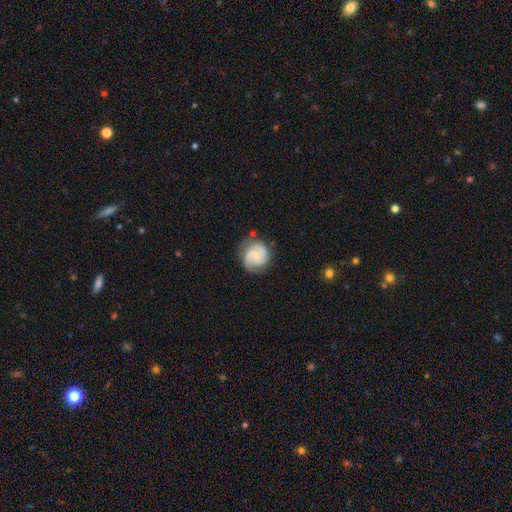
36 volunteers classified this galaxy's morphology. Smooth or featured?
  - featured or disk: 50% *
  - smooth: 42%
  - star or artifact: 8%
Edge-on disk?
  - no: 100% *
  - yes: 0%
Bar?
  - no: 67% *
  - weak: 28%
  - strong: 6%
Spiral arms?
  - yes: 78% *
  - no: 22%
Spiral winding?
  - medium: 50% *
  - loose: 29%
  - tight: 21%
Spiral arm count?
  - 2: 43% *
  - can't tell: 36%
  - 3: 21%
  - 1: 0%
  - 4: 0%
  - more than 4: 0%
Bulge size?
  - small: 56% *
  - moderate: 28%
  - none: 11%
  - large: 6%
  - dominant: 0%
Merging?
  - none: 61% *
  - minor disturbance: 21%
  - major disturbance: 18%
  - merger: 0%